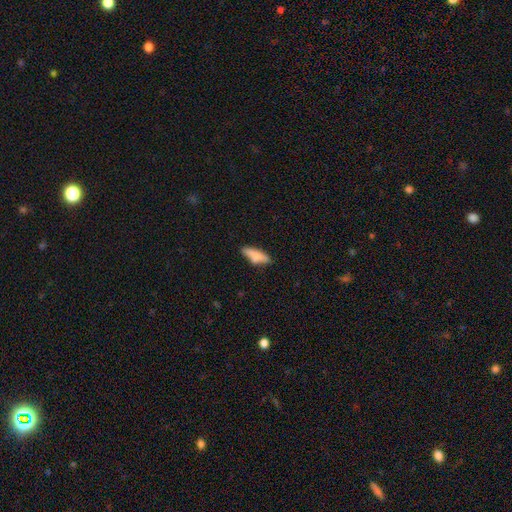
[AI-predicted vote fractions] Smooth or featured? smooth (79%)
How rounded? in between (52%)
Merging? none (66%)